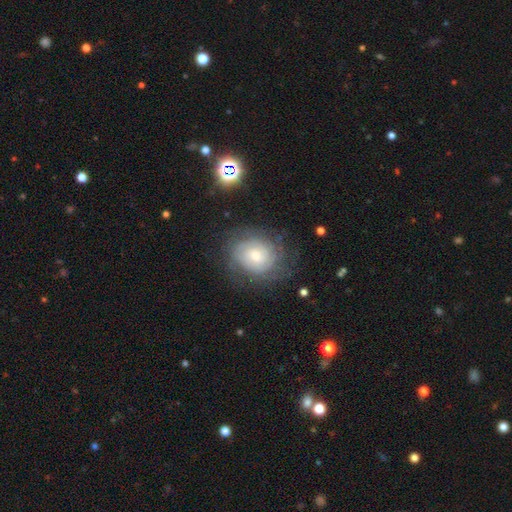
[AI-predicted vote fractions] smooth-or-featured: featured or disk: 70% | smooth: 20% | star or artifact: 9%
  disk-edge-on: no: 97% | yes: 3%
    bar: no: 74% | weak: 22% | strong: 4%
    has-spiral-arms: yes: 89% | no: 11%
      spiral-winding: tight: 73% | medium: 21% | loose: 6%
      spiral-arm-count: can't tell: 53% | 2: 17% | 3: 12% | 4: 8% | more than 4: 5% | 1: 5%
    bulge-size: moderate: 49% | small: 44% | large: 5% | none: 1% | dominant: 1%
  merging: none: 73% | minor disturbance: 16% | major disturbance: 9% | merger: 1%